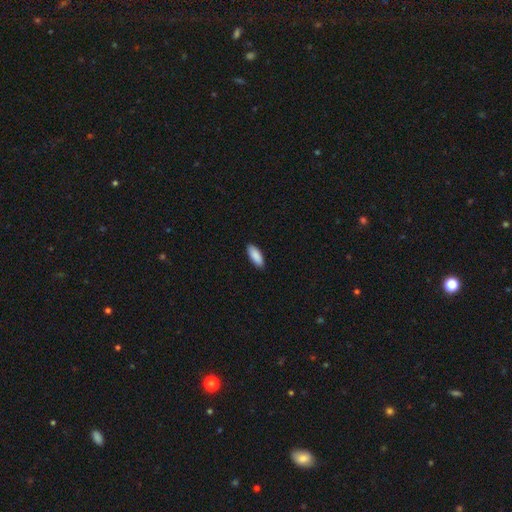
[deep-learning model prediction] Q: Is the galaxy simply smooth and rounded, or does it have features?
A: smooth — 91%.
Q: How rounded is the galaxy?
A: in between — 77%.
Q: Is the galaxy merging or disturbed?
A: none — 90%.